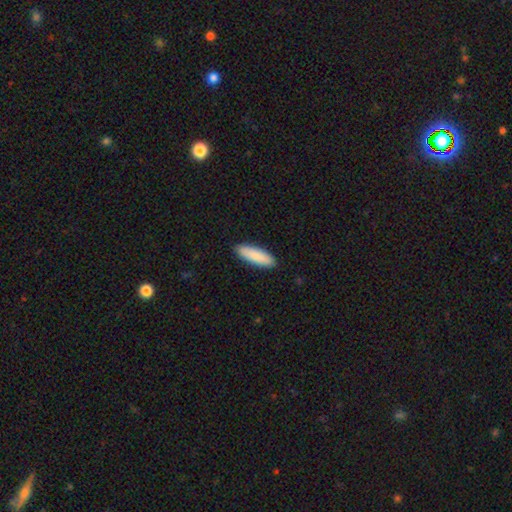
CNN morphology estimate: Smooth or featured: smooth — 88% (featured or disk — 6%)
How rounded: cigar-shaped — 51% (in between — 48%)
Merging: none — 91% (minor disturbance — 7%)